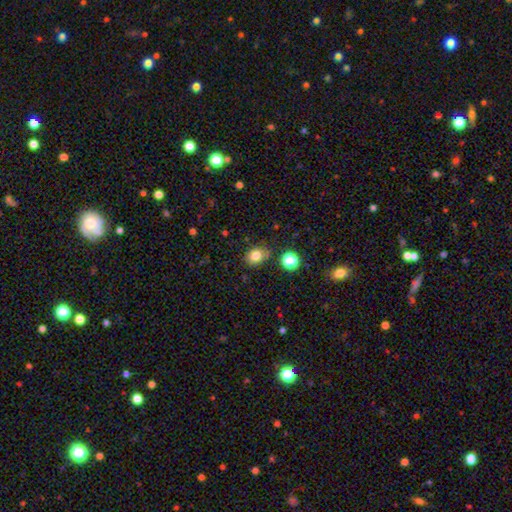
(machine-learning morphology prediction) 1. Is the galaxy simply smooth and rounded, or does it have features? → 80% smooth, 12% star or artifact, 7% featured or disk.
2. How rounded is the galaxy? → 54% round, 45% in between, 1% cigar-shaped.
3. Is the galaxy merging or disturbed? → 80% none, 12% minor disturbance, 4% merger, 3% major disturbance.